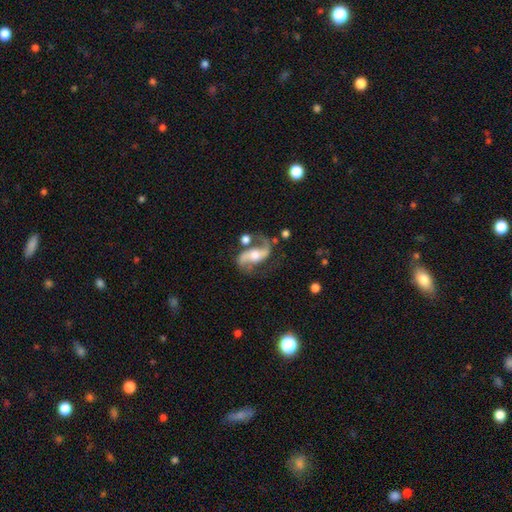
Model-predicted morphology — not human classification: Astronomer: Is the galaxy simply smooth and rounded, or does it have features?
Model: featured or disk — 87%.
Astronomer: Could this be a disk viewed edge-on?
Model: no — 96%.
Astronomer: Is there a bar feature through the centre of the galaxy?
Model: no — 39% (runner-up: weak, 35%).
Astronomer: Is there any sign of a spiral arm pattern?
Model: yes — 96%.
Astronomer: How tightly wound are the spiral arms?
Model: loose — 52% (runner-up: medium, 39%).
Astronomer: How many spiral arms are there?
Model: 2 — 91%.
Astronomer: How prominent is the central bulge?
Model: moderate — 53%.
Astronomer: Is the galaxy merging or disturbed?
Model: none — 60%.